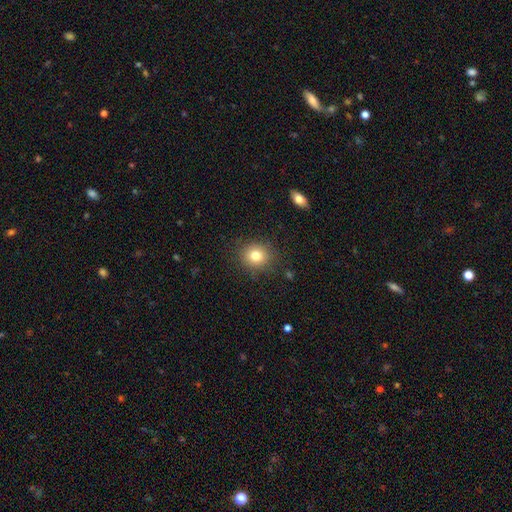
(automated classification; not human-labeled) Morphology: type=smooth (80%); roundness=round (83%); merging=none (87%).